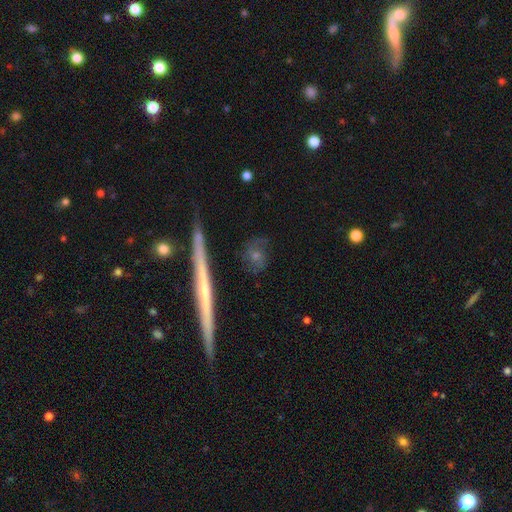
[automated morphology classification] Q: Smooth or featured?
A: featured or disk (57%); runner-up: smooth (32%)
Q: Edge-on disk?
A: yes (55%); runner-up: no (45%)
Q: Merging?
A: none (76%); runner-up: minor disturbance (16%)